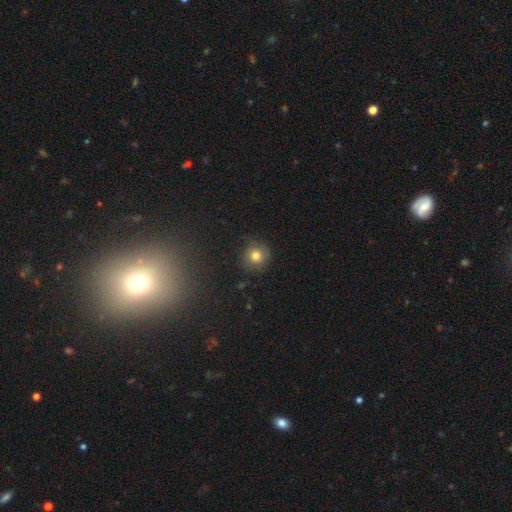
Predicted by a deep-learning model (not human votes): The model was most divided on "smooth or featured": smooth: 79%, star or artifact: 12%, featured or disk: 9%. More confident: how rounded — round (91%); merging — none (81%).